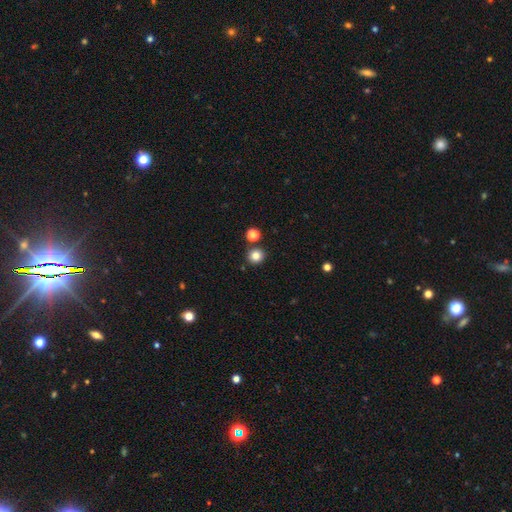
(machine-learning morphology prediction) A smooth galaxy with no disk features (82%) that is round (92%).

Vote fractions:
- Smooth or featured? smooth: 82% / star or artifact: 13% / featured or disk: 5%
- How rounded? round: 92% / in between: 7% / cigar-shaped: 1%
- Merging? none: 84% / merger: 7% / minor disturbance: 7% / major disturbance: 2%